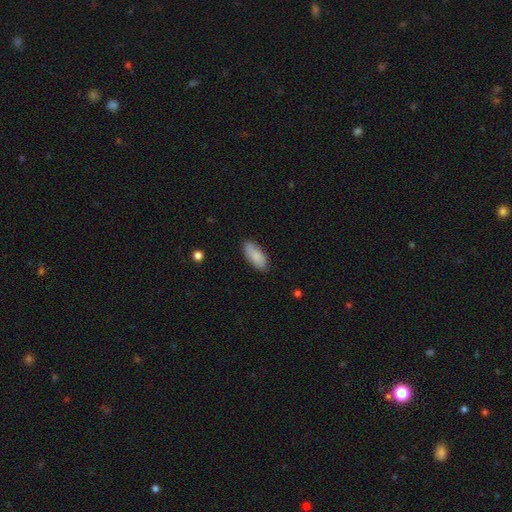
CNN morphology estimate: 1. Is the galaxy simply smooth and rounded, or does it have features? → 85% smooth, 9% featured or disk, 6% star or artifact.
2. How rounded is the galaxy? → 84% in between, 14% cigar-shaped, 2% round.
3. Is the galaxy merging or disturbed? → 82% none, 14% minor disturbance, 3% major disturbance, 1% merger.